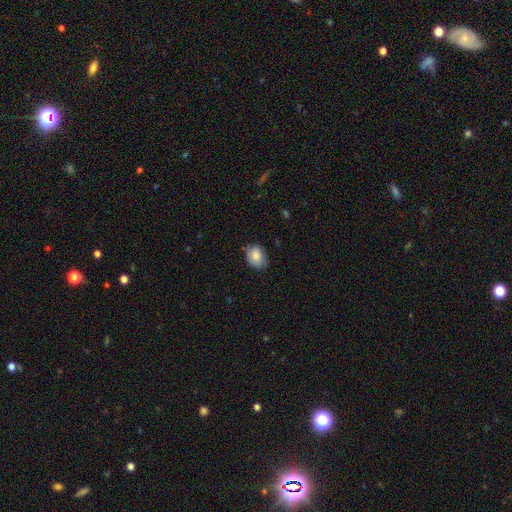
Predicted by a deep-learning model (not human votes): smooth-or-featured: smooth: 83% | featured or disk: 10% | star or artifact: 7%
  how-rounded: in between: 68% | round: 31% | cigar-shaped: 1%
  merging: none: 70% | minor disturbance: 24% | major disturbance: 4% | merger: 1%